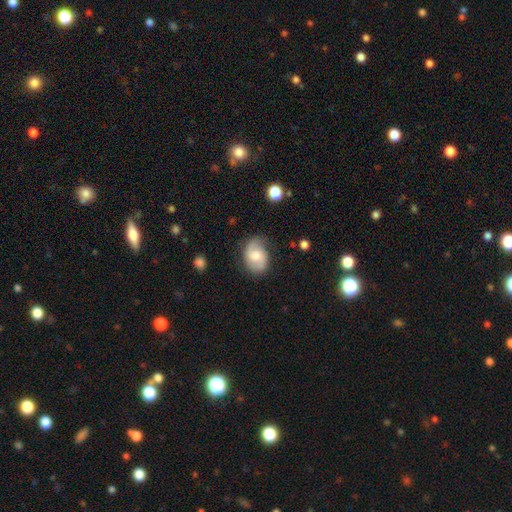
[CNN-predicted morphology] smooth-or-featured: featured or disk: 48% | smooth: 45% | star or artifact: 7%
  merging: none: 69% | minor disturbance: 23% | major disturbance: 6% | merger: 2%